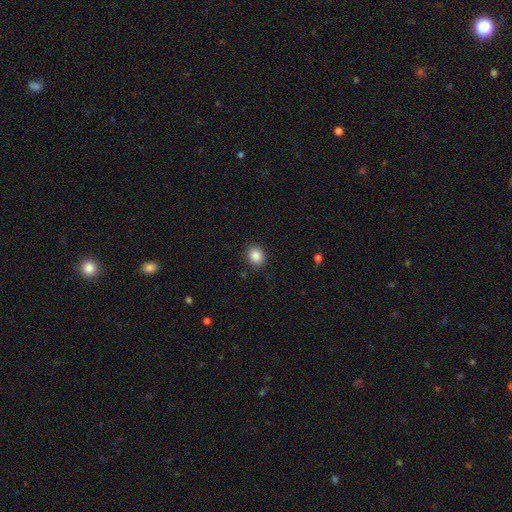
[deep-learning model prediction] Smooth or featured?
  - smooth: 86% *
  - star or artifact: 9%
  - featured or disk: 4%
How rounded?
  - round: 57% *
  - in between: 42%
  - cigar-shaped: 1%
Merging?
  - none: 87% *
  - minor disturbance: 9%
  - major disturbance: 2%
  - merger: 1%